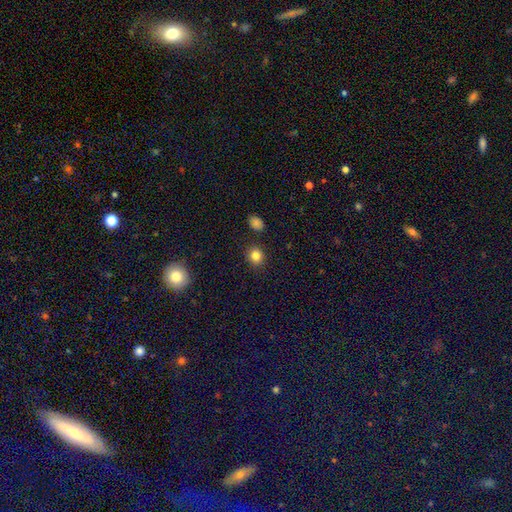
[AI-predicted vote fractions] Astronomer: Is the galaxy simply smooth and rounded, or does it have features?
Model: smooth — 83%.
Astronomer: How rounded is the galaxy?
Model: round — 75%.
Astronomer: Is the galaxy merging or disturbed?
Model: none — 89%.